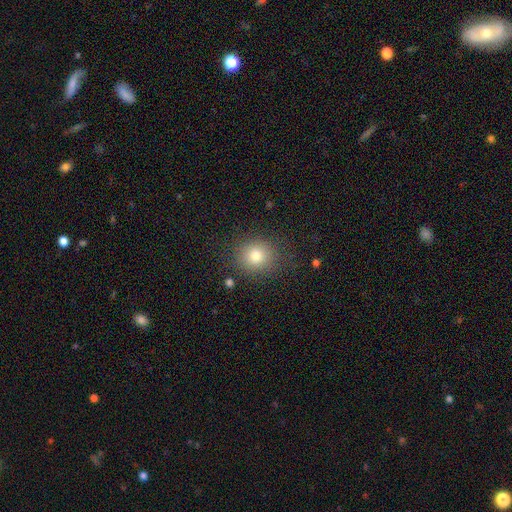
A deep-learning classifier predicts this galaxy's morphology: Overall: smooth (77%). How rounded: round (85%). Merging: none (86%).